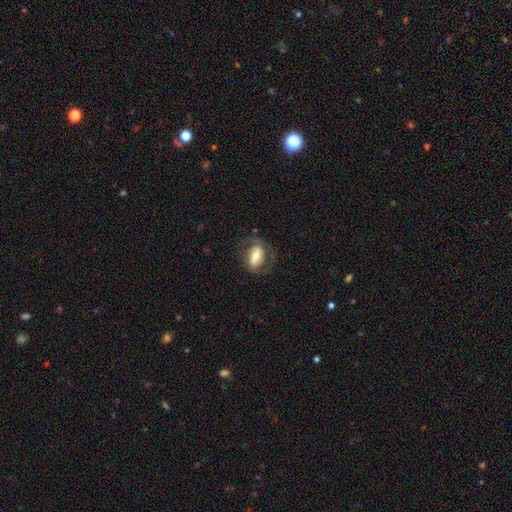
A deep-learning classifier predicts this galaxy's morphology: The model was most divided on "smooth or featured": featured or disk: 53%, smooth: 40%, star or artifact: 7%. More confident: edge-on disk — no (93%); merging — none (60%).